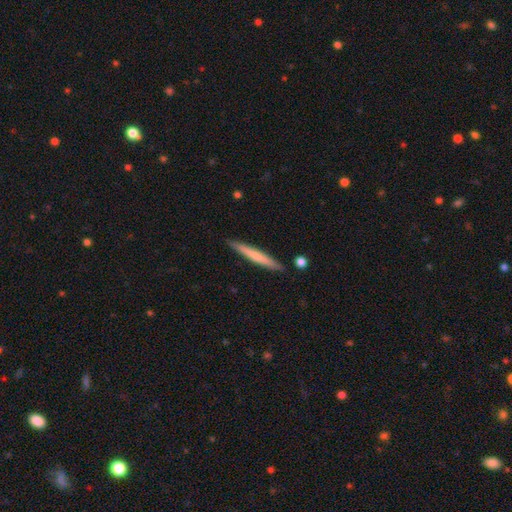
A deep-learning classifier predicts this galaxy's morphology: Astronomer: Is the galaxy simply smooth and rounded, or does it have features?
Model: smooth — 59% (runner-up: featured or disk, 36%).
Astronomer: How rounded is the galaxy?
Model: cigar-shaped — 96%.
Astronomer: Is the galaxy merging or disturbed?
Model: none — 89%.